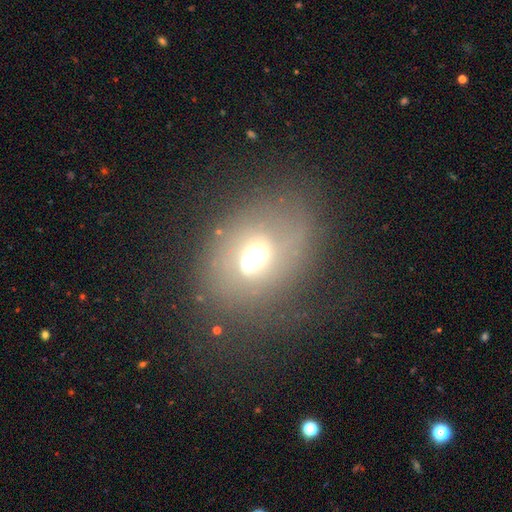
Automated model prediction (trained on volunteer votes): This is possibly a smooth galaxy (48%). Merging: marginally merger (37%).